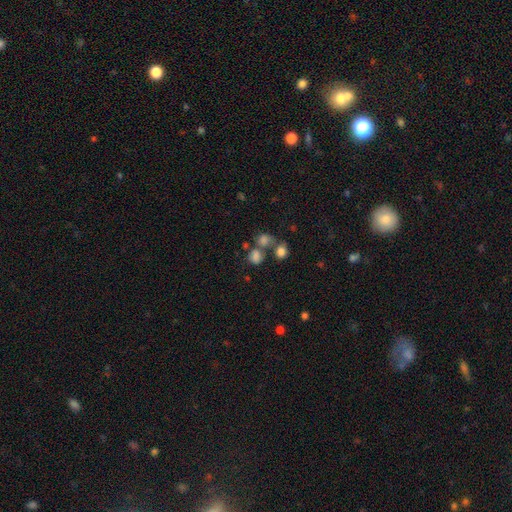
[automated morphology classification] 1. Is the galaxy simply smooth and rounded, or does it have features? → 75% smooth, 15% star or artifact, 10% featured or disk.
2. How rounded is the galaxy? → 62% round, 37% in between, 1% cigar-shaped.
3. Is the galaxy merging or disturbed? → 44% none, 36% merger, 12% minor disturbance, 8% major disturbance.